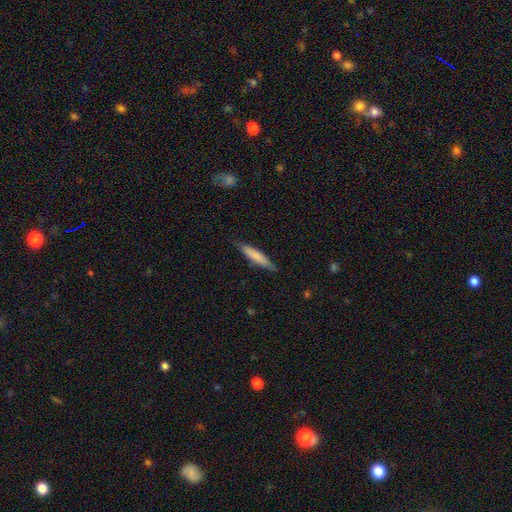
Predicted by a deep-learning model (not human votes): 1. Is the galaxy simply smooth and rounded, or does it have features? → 75% smooth, 20% featured or disk, 6% star or artifact.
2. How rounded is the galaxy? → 86% cigar-shaped, 12% in between, 1% round.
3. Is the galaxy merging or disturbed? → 83% none, 14% minor disturbance, 2% major disturbance, 1% merger.